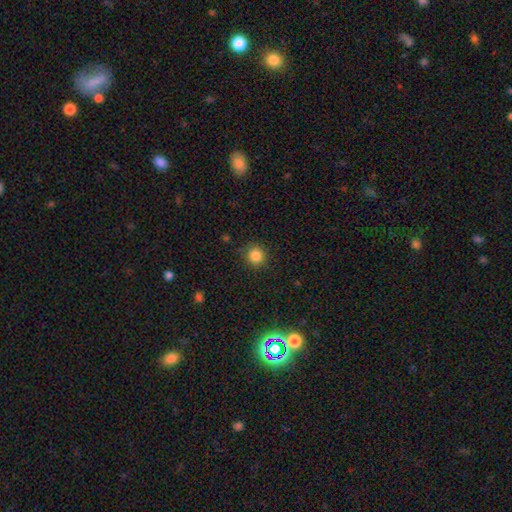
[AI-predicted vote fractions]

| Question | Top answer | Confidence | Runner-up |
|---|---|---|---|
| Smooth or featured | smooth | 85% | star or artifact (11%) |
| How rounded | round | 93% | in between (6%) |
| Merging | none | 89% | minor disturbance (7%) |